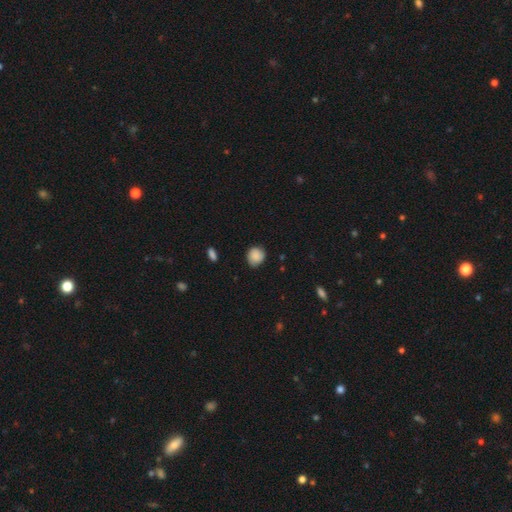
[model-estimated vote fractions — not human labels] Smooth or featured?
  - smooth: 86% *
  - star or artifact: 8%
  - featured or disk: 6%
How rounded?
  - round: 84% *
  - in between: 15%
  - cigar-shaped: 1%
Merging?
  - none: 77% *
  - minor disturbance: 19%
  - major disturbance: 3%
  - merger: 1%